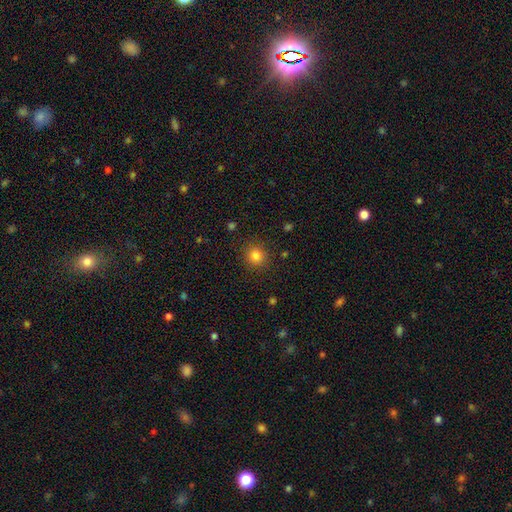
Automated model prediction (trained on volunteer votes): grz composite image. It shows a smooth galaxy with no disk features (83%) that is round (90%). Merging: none (89%).